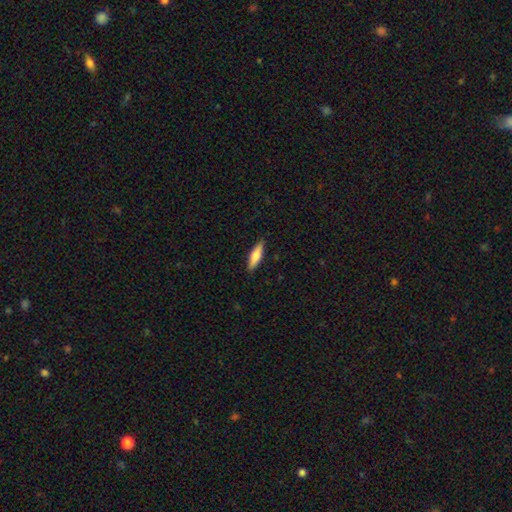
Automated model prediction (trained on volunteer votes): smooth 72%, featured or disk 22%, star or artifact 6%. Down the decision tree: how rounded — cigar-shaped (65%); merging — none (89%).